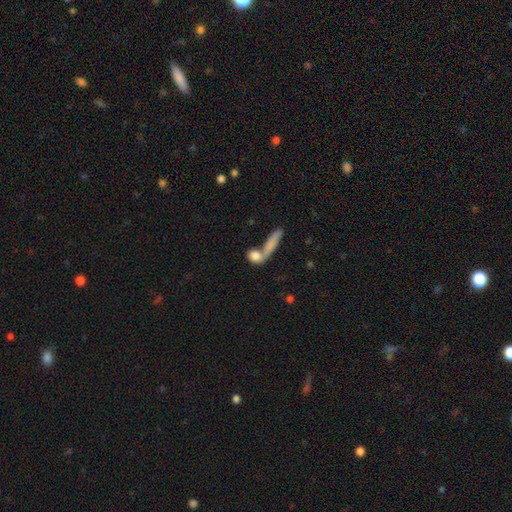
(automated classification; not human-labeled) This is likely a smooth galaxy (77%). How rounded: marginally round (39%). Merging: marginally none (42%).